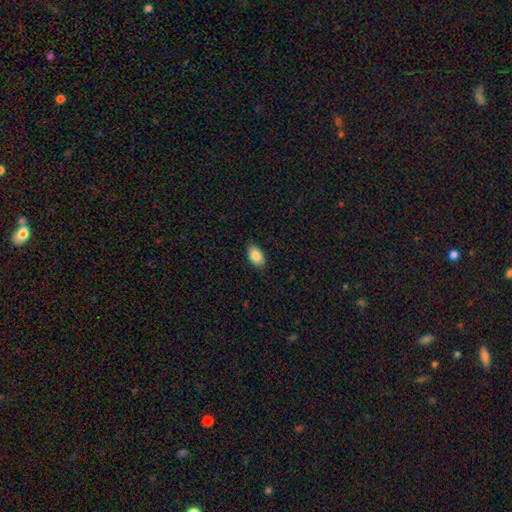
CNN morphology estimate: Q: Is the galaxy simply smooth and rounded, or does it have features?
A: smooth — 87%.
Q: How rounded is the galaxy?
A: in between — 92%.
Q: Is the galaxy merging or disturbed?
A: none — 88%.